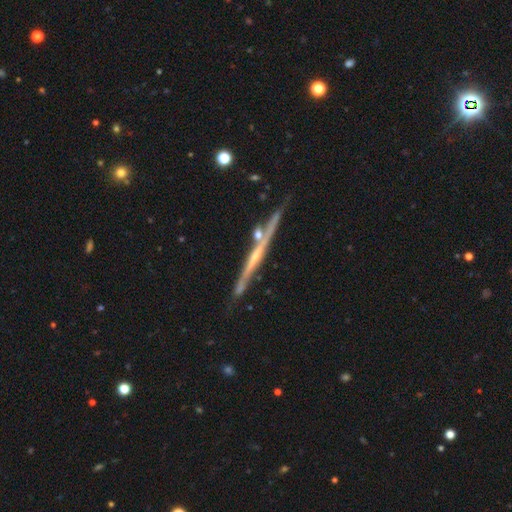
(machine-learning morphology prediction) Smooth or featured? Predicted: featured or disk (p=0.80). Edge-on disk? Predicted: yes (p=0.97). Edge-on bulge? Predicted: rounded (p=0.53). Merging? Predicted: none (p=0.77).